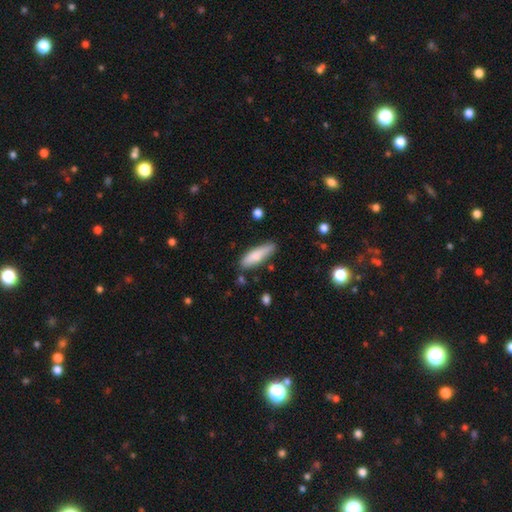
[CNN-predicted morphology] type=smooth (80%); roundness=cigar-shaped (62%); merging=none (74%).